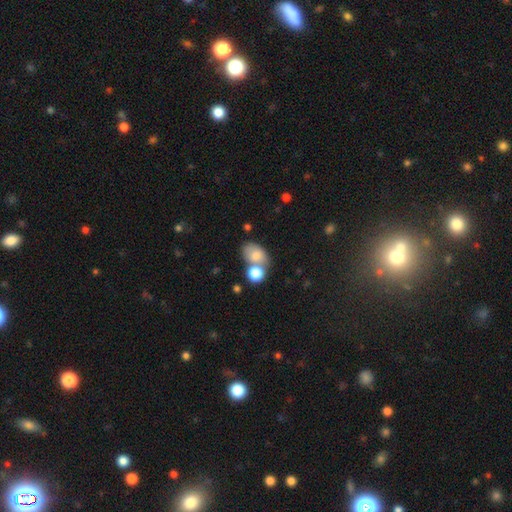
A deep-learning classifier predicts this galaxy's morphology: Overall: smooth (77%). How rounded: in between (73%). Merging: merger (43%; none 39%).